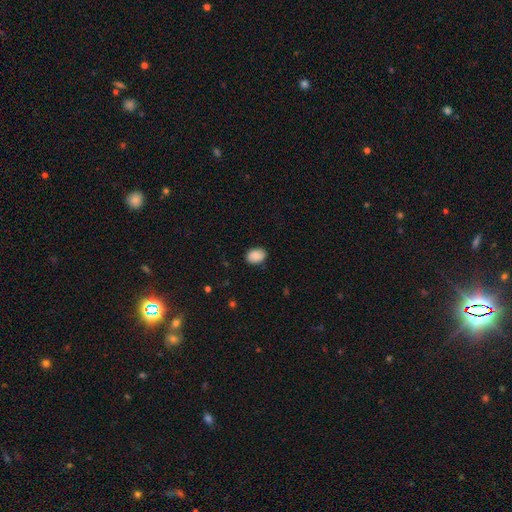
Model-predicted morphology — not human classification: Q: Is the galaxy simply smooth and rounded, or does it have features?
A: smooth — 88%.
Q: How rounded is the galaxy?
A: in between — 77%.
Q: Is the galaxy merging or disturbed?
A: none — 87%.